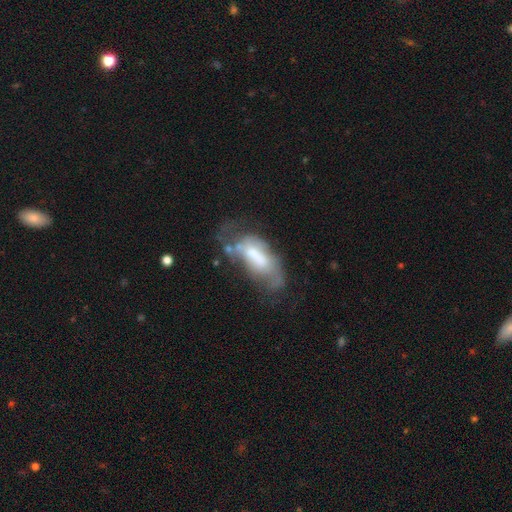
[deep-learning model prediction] Smooth or featured? Predicted: featured or disk (p=0.48). Merging? Predicted: major disturbance (p=0.38).